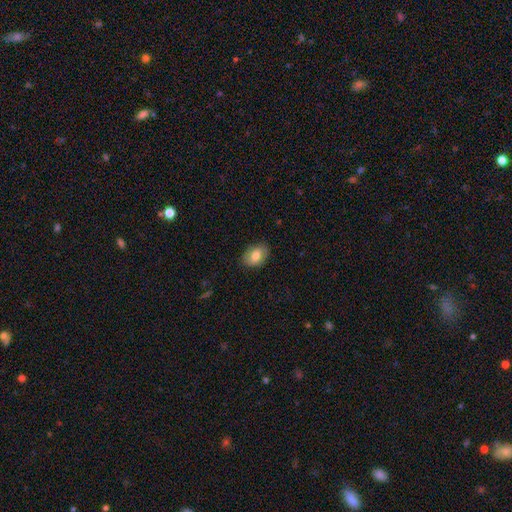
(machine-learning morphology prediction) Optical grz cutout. It shows a smooth galaxy with no disk features (75%) that is in between round and cigar-shaped (80%). Merging: none (82%).